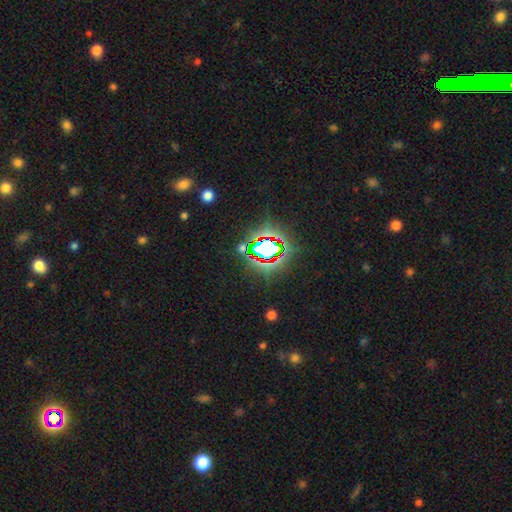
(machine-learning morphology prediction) Smooth or featured? Predicted: star or artifact (p=0.82).